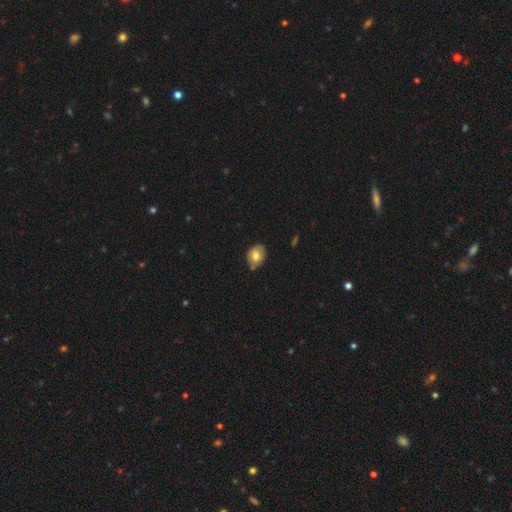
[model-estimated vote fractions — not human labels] smooth_or_featured: smooth (p=0.69) [alt: featured or disk p=0.23]
how_rounded: in between (p=0.59) [alt: round p=0.40]
merging: none (p=0.70) [alt: minor disturbance p=0.22]